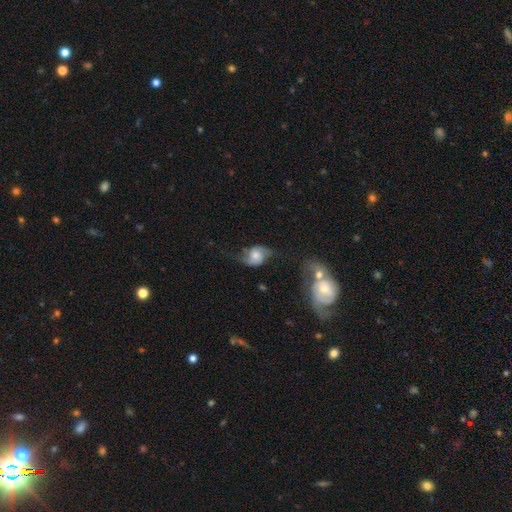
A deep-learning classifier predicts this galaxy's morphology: smooth-or-featured: featured or disk: 70% | smooth: 22% | star or artifact: 8%
  disk-edge-on: no: 97% | yes: 3%
    bar: no: 63% | weak: 31% | strong: 6%
    has-spiral-arms: yes: 93% | no: 7%
      spiral-winding: loose: 52% | medium: 37% | tight: 12%
      spiral-arm-count: 2: 90% | can't tell: 4% | 1: 3% | 3: 1% | 4: 1% | more than 4: 1%
    bulge-size: moderate: 42% | small: 27% | large: 17% | none: 11% | dominant: 4%
  merging: none: 56% | minor disturbance: 24% | major disturbance: 14% | merger: 5%